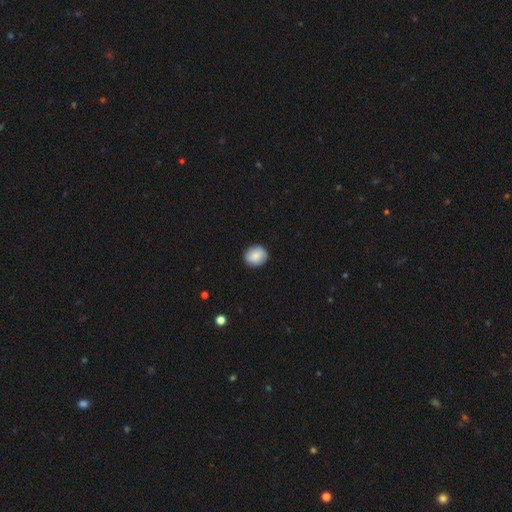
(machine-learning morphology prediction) The model was most divided on "how rounded": round: 78%, in between: 21%, cigar-shaped: 1%. More confident: merging — none (89%); smooth or featured — smooth (85%).